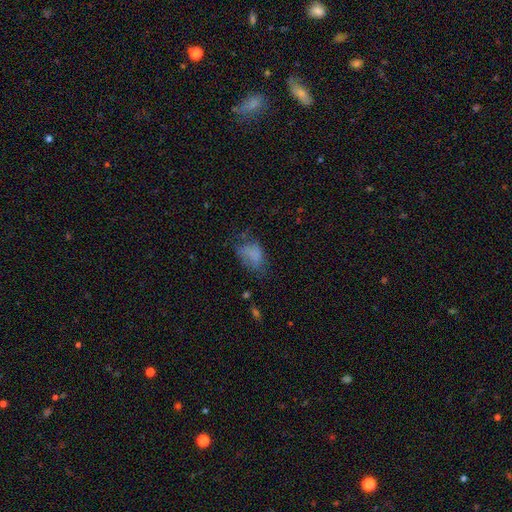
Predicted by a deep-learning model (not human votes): Overall: smooth (65%). How rounded: in between (84%). Merging: none (40%; minor disturbance 30%).